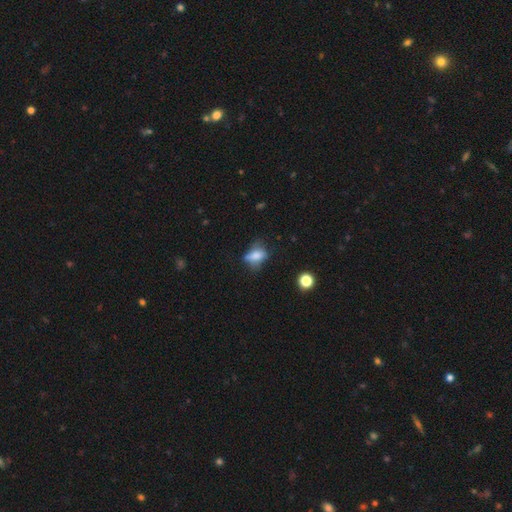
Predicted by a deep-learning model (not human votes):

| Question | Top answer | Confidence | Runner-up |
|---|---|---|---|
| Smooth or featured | smooth | 67% | featured or disk (21%) |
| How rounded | in between | 71% | round (25%) |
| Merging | none | 42% | minor disturbance (32%) |